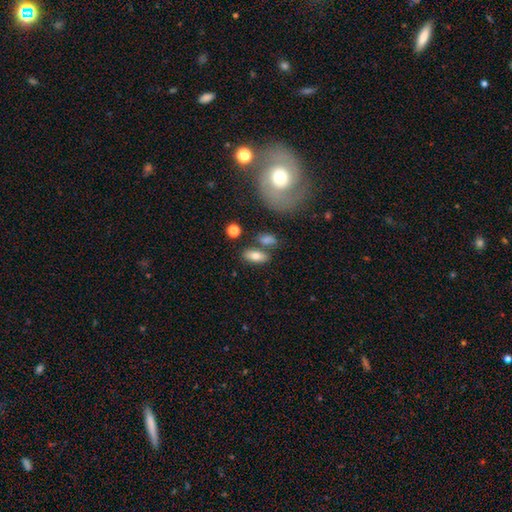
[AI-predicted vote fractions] Smooth or featured? smooth (77%)
How rounded? in between (83%)
Merging? none (68%)